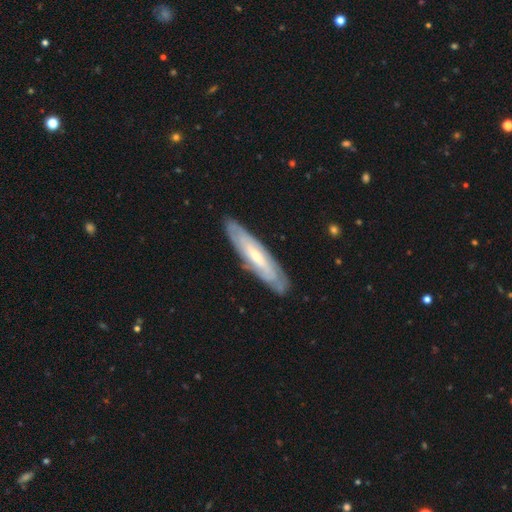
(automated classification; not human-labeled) smooth-or-featured: featured or disk: 70% | smooth: 24% | star or artifact: 6%
  disk-edge-on: no: 61% | yes: 39%
  merging: none: 84% | minor disturbance: 12% | major disturbance: 3% | merger: 1%